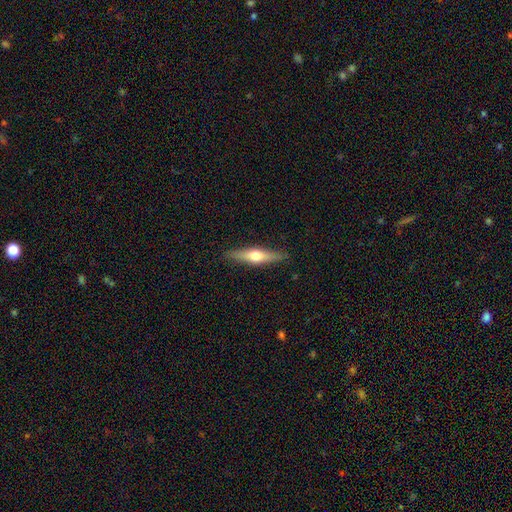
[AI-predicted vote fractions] smooth-or-featured: featured or disk: 54% | smooth: 40% | star or artifact: 6%
  disk-edge-on: yes: 94% | no: 6%
    edge-on-bulge: rounded: 93% | none: 4% | boxy: 3%
  merging: none: 89% | minor disturbance: 8% | major disturbance: 2% | merger: 1%